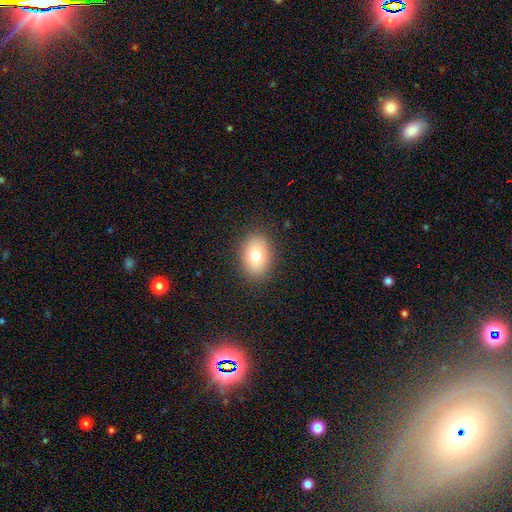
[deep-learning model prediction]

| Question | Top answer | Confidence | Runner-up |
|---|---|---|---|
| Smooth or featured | smooth | 76% | featured or disk (13%) |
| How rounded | in between | 72% | round (27%) |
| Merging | none | 88% | minor disturbance (8%) |